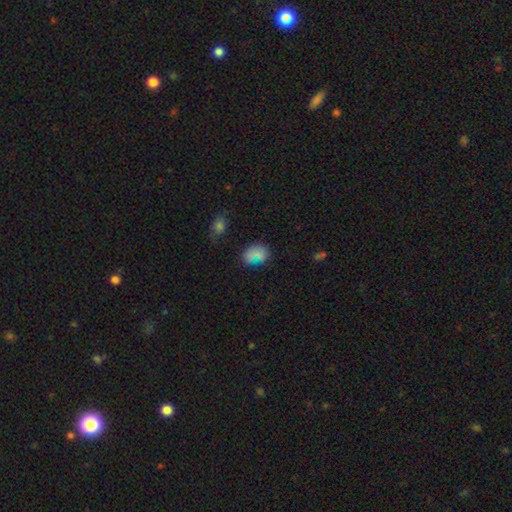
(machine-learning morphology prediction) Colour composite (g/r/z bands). It shows a smooth galaxy with no disk features (66%) that is in between round and cigar-shaped (56%). Merging: none (71%).